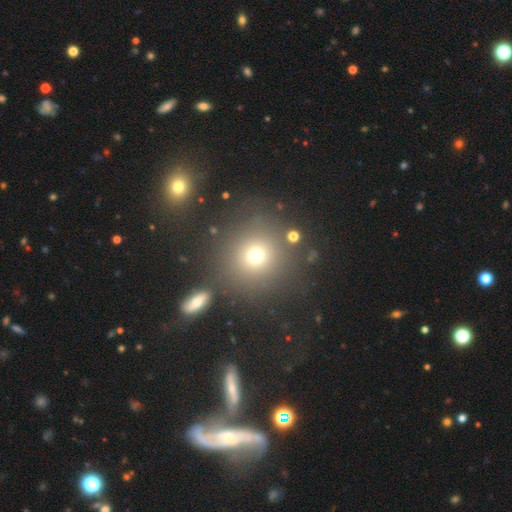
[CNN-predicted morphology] Smooth or featured: smooth — 71% (star or artifact — 19%)
How rounded: round — 90% (in between — 9%)
Merging: none — 79% (minor disturbance — 9%)